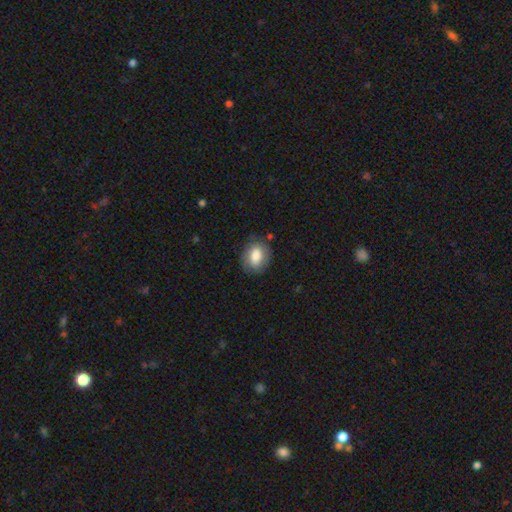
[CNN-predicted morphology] smooth_or_featured: smooth (p=0.80) [alt: featured or disk p=0.13]
how_rounded: in between (p=0.70) [alt: round p=0.28]
merging: none (p=0.79) [alt: minor disturbance p=0.15]